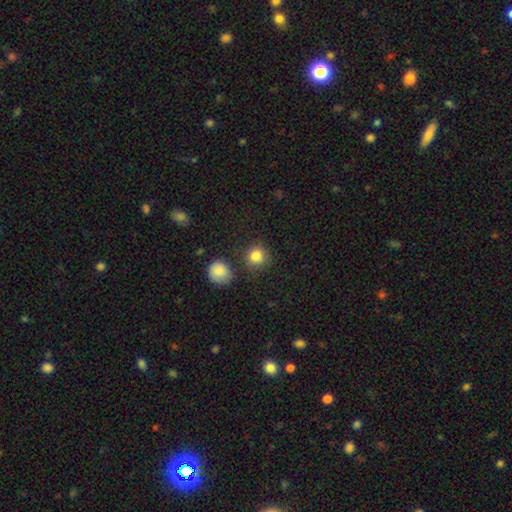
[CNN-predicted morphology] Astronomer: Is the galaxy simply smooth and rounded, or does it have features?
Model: smooth — 83%.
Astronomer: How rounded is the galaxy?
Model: round — 88%.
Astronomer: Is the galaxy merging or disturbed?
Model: none — 77%.